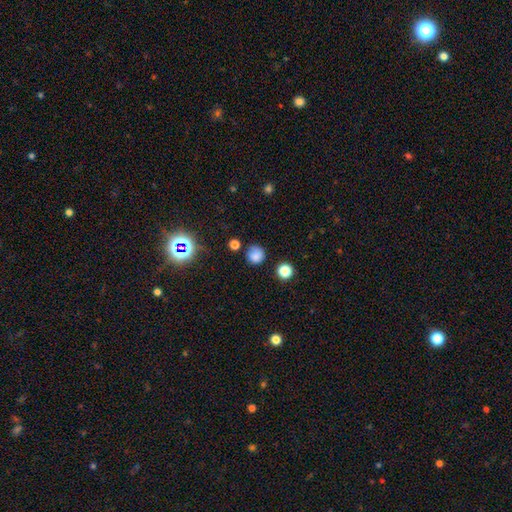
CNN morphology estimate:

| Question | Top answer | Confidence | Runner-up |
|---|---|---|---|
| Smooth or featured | smooth | 77% | star or artifact (17%) |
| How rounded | round | 88% | in between (11%) |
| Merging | none | 74% | minor disturbance (16%) |